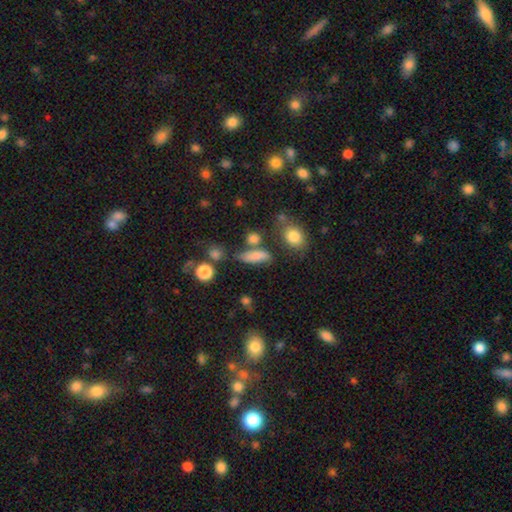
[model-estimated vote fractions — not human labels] A smooth galaxy with no disk features (77%) that is in between round and cigar-shaped (51%).

Vote fractions:
- Smooth or featured? smooth: 77% / star or artifact: 12% / featured or disk: 12%
- How rounded? in between: 51% / cigar-shaped: 38% / round: 11%
- Merging? none: 58% / minor disturbance: 18% / merger: 16% / major disturbance: 8%